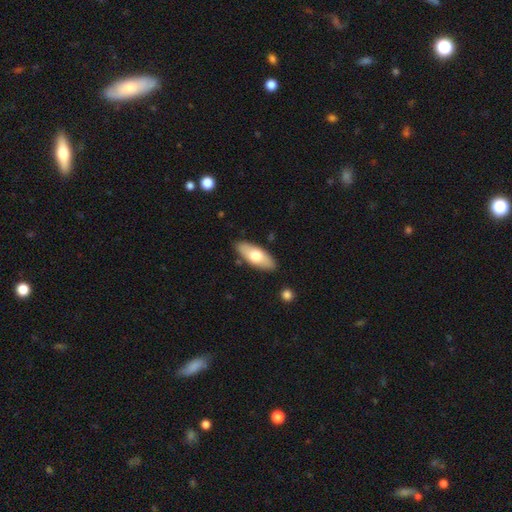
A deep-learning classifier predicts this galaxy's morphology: This is likely a smooth galaxy (65%). How rounded: likely in between (78%). Merging: clearly none (87%).